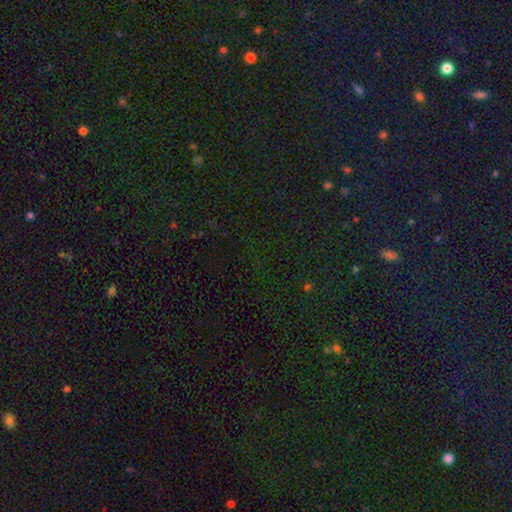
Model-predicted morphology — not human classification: type=star or artifact (77%).